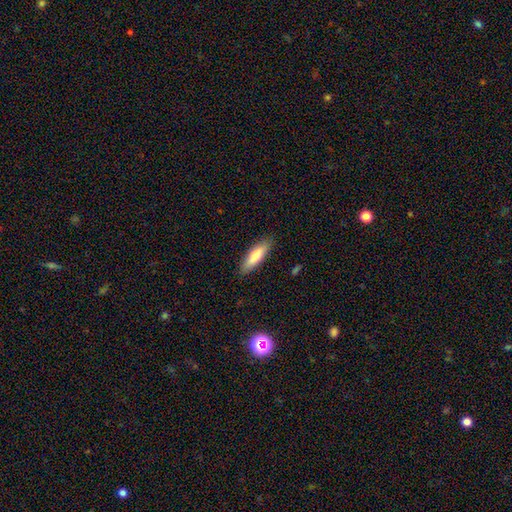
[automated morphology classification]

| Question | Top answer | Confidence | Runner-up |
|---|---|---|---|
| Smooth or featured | smooth | 76% | featured or disk (18%) |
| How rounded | cigar-shaped | 60% | in between (39%) |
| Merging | none | 88% | minor disturbance (9%) |